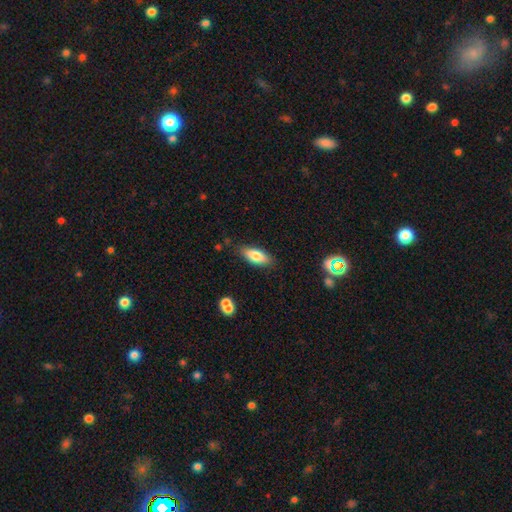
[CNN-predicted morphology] Smooth or featured?
  - smooth: 80% *
  - featured or disk: 14%
  - star or artifact: 7%
How rounded?
  - in between: 78% *
  - cigar-shaped: 20%
  - round: 2%
Merging?
  - none: 82% *
  - minor disturbance: 13%
  - major disturbance: 3%
  - merger: 2%